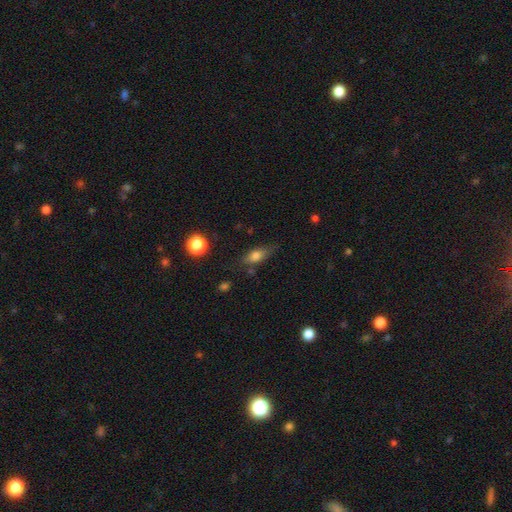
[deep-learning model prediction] smooth 70%, featured or disk 20%, star or artifact 9%. Down the decision tree: how rounded — in between (72%); merging — none (69%).